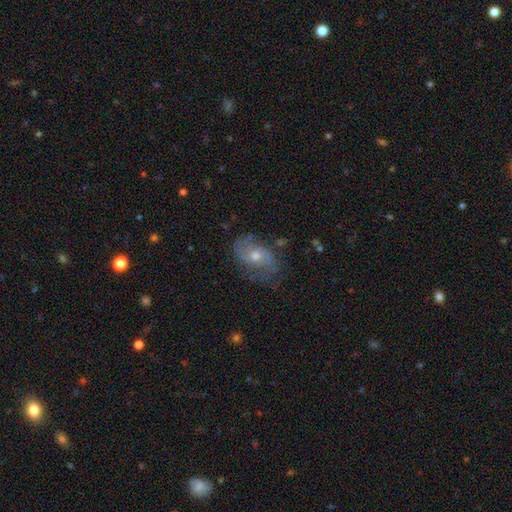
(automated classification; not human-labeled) Smooth or featured? Predicted: featured or disk (p=0.72). Edge-on disk? Predicted: no (p=0.96). Bar? Predicted: no (p=0.68). Spiral arms? Predicted: yes (p=0.89). Spiral winding? Predicted: medium (p=0.45). Spiral arm count? Predicted: 2 (p=0.78). Bulge size? Predicted: moderate (p=0.57). Merging? Predicted: none (p=0.69).